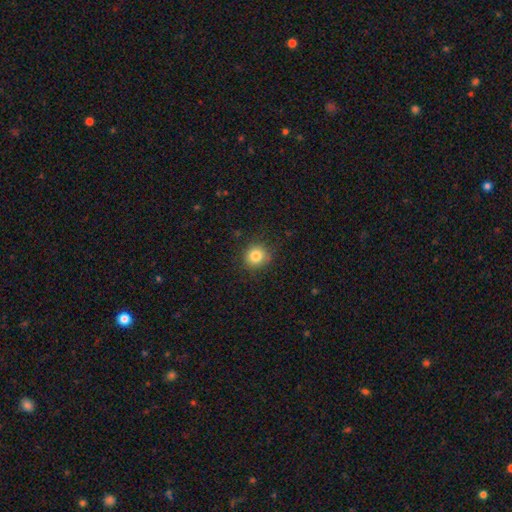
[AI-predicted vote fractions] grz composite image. It shows a smooth galaxy with no disk features (83%) that is round (89%). Merging: none (86%).